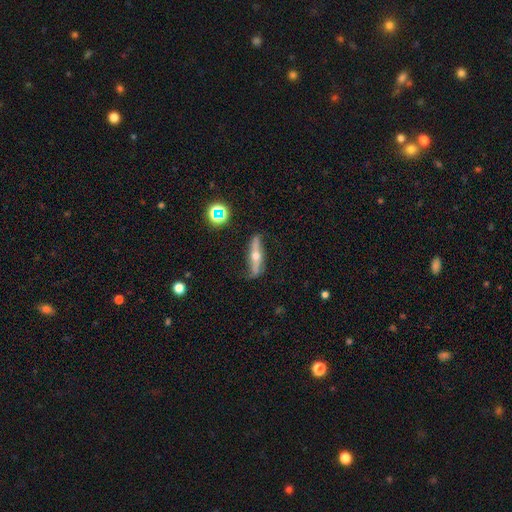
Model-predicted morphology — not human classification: Smooth or featured: featured or disk — 66% (smooth — 26%)
Edge-on disk: yes — 77% (no — 23%)
Edge-on bulge: rounded — 93% (none — 5%)
Merging: none — 76% (minor disturbance — 18%)